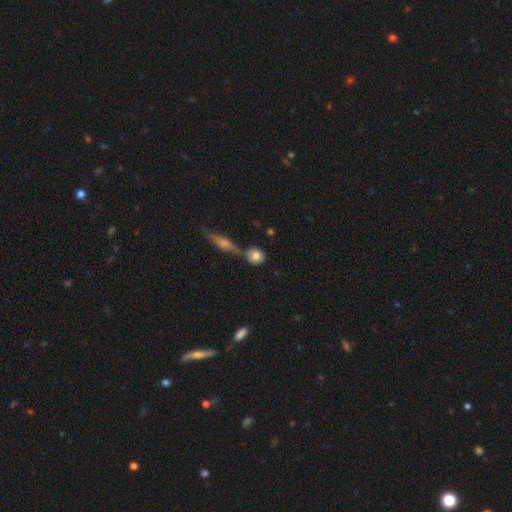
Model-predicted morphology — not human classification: type=smooth (76%); roundness=round (80%); merging=none (65%).